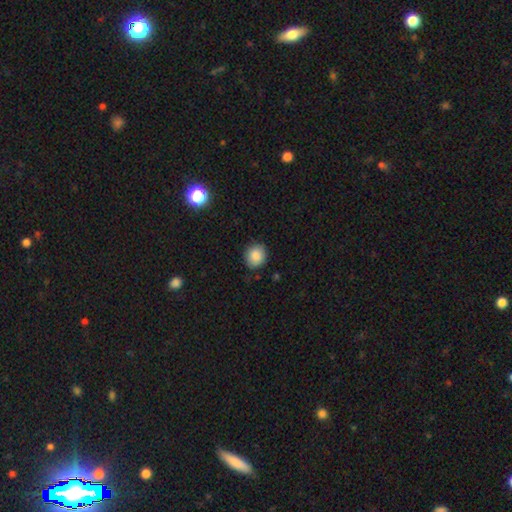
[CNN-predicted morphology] Smooth or featured? Predicted: smooth (p=0.86). How rounded? Predicted: round (p=0.79). Merging? Predicted: none (p=0.86).